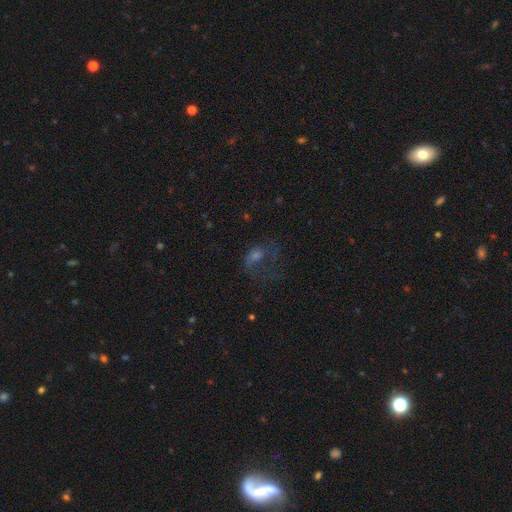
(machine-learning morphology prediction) Smooth or featured: featured or disk — 41% (smooth — 36%)
Merging: major disturbance — 48% (none — 33%)